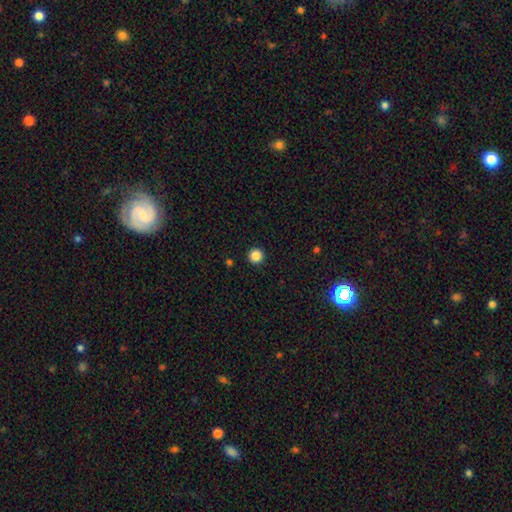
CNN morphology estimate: smooth-or-featured: smooth: 86% | star or artifact: 11% | featured or disk: 3%
  how-rounded: round: 96% | in between: 3% | cigar-shaped: 1%
  merging: none: 93% | minor disturbance: 4% | major disturbance: 2% | merger: 1%